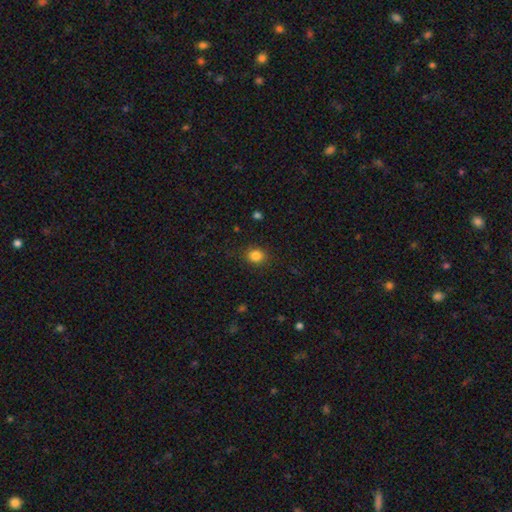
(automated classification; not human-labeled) Smooth or featured: smooth — 84% (star or artifact — 11%)
How rounded: round — 75% (in between — 24%)
Merging: none — 88% (minor disturbance — 8%)